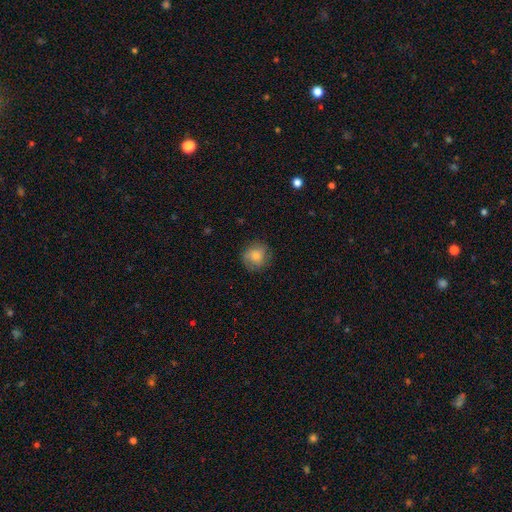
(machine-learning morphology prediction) A smooth galaxy with no disk features (77%) that is round (88%).

Vote fractions:
- Smooth or featured? smooth: 77% / featured or disk: 15% / star or artifact: 8%
- How rounded? round: 88% / in between: 11% / cigar-shaped: 1%
- Merging? none: 79% / minor disturbance: 16% / major disturbance: 5% / merger: 1%